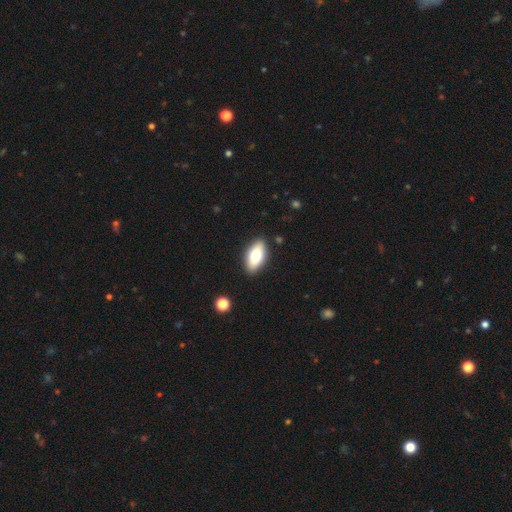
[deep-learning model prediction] Smooth or featured? smooth (73%)
How rounded? in between (89%)
Merging? none (88%)